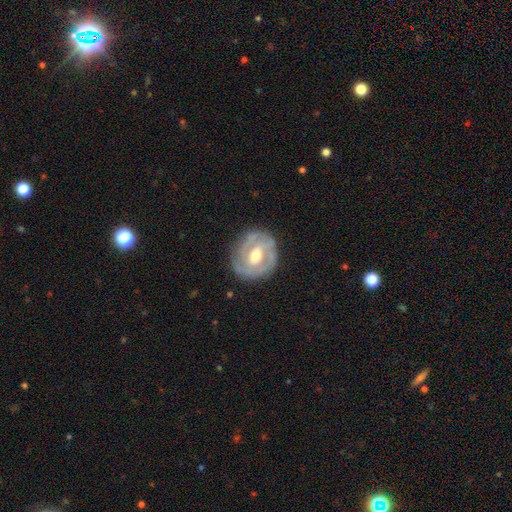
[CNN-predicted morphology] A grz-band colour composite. It shows a featured or disk galaxy (80%) with a weak bar (46%), 2 (53%) tight (64%) spiral arms (80%) and a moderate central bulge (68%). Merging: none (79%).